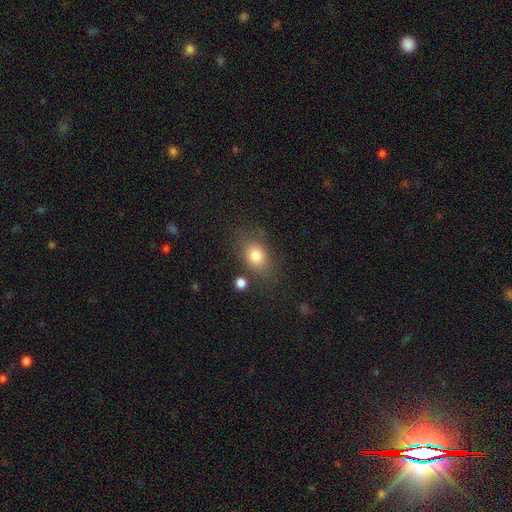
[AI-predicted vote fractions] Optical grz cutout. It shows a smooth galaxy with no disk features (80%) that is in between round and cigar-shaped (61%). Merging: none (72%).